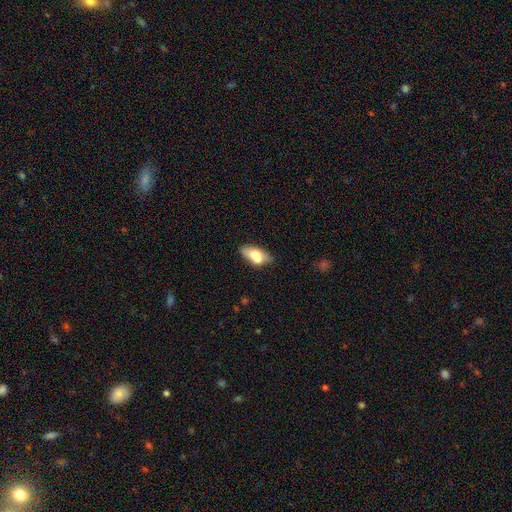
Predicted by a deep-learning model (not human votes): The model was most divided on "merging": none: 52%, merger: 21%, minor disturbance: 21%, major disturbance: 6%. More confident: how rounded — in between (88%); smooth or featured — smooth (67%).